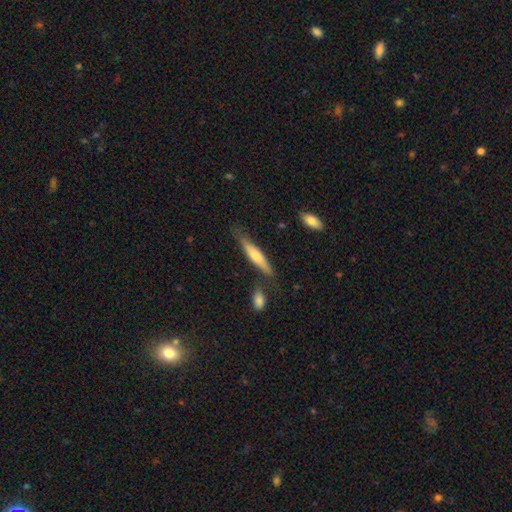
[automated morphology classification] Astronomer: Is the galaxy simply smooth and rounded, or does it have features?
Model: smooth — 61%.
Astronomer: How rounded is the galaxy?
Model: cigar-shaped — 84%.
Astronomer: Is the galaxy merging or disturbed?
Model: none — 69%.